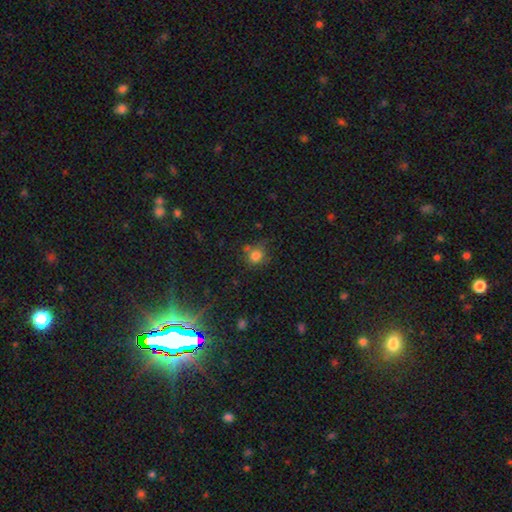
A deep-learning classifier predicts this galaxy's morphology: This appears to be a smooth galaxy with no disk features (78%) that is round (81%). Merging: none (62%).